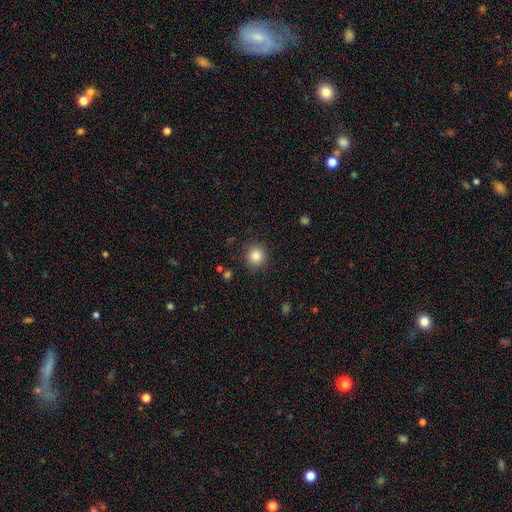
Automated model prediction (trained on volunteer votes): smooth 85%, star or artifact 11%, featured or disk 5%. Down the decision tree: how rounded — round (92%); merging — none (89%).